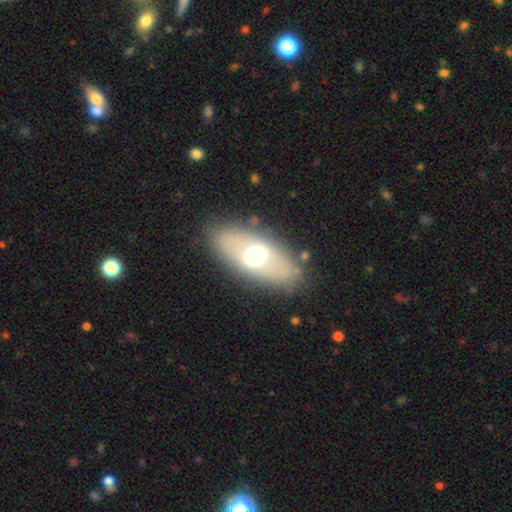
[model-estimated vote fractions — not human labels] The model was most divided on "smooth or featured": smooth: 52%, featured or disk: 39%, star or artifact: 9%. More confident: merging — none (83%); how rounded — in between (83%).